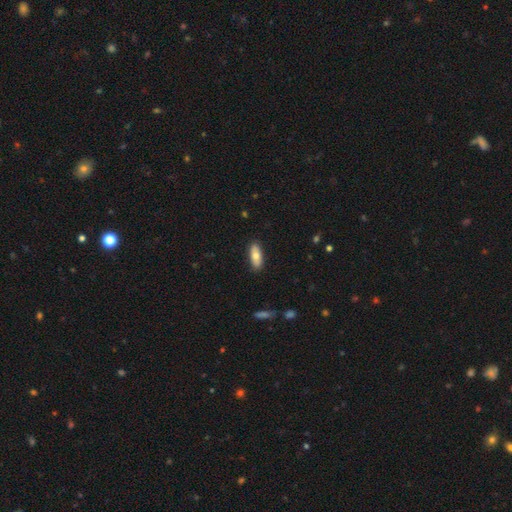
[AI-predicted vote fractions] A smooth galaxy with no disk features (72%) that is in between round and cigar-shaped (77%). Merging: none (86%).